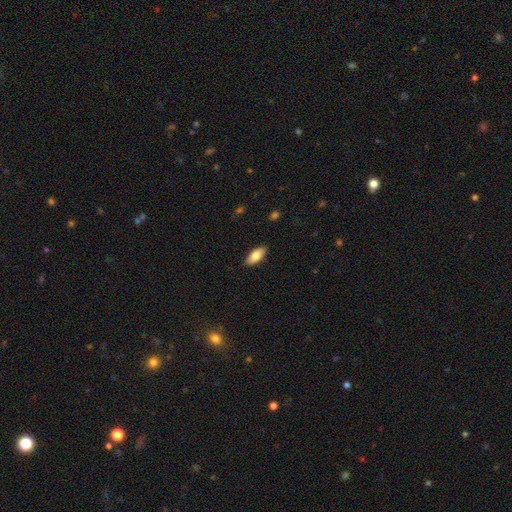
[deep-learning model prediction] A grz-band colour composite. It shows a smooth galaxy with no disk features (78%) that is in between round and cigar-shaped (84%). Merging: none (87%).